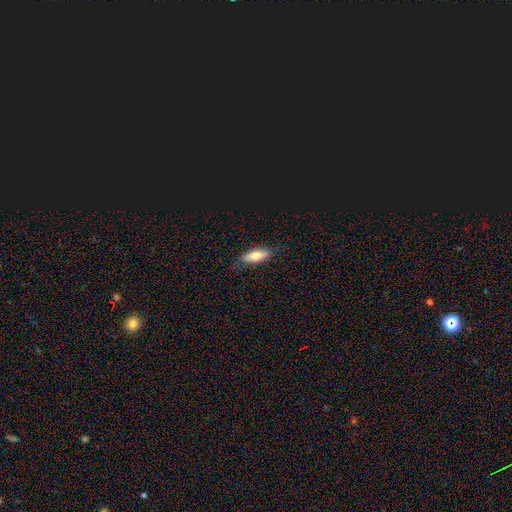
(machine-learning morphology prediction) The model was most divided on "how rounded": in between: 68%, cigar-shaped: 30%, round: 3%. More confident: merging — none (77%); smooth or featured — smooth (70%).